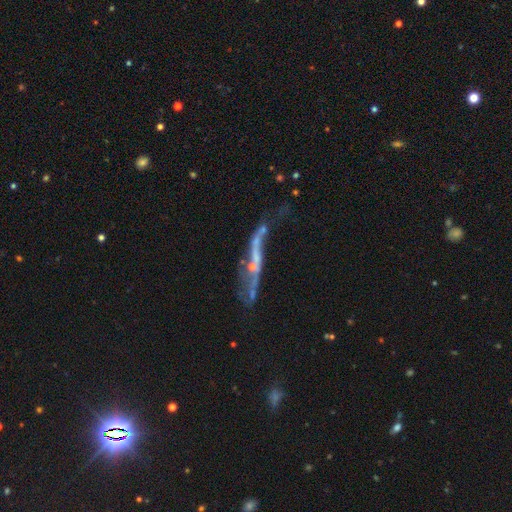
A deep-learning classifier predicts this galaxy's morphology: smooth-or-featured: featured or disk: 73% | smooth: 15% | star or artifact: 13%
  disk-edge-on: yes: 51% | no: 49%
  merging: none: 34% | major disturbance: 28% | minor disturbance: 20% | merger: 18%